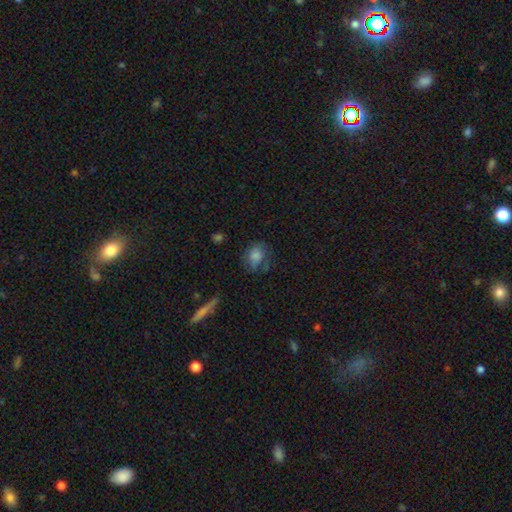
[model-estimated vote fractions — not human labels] Smooth or featured: smooth — 68% (featured or disk — 19%)
How rounded: round — 49% (tied with in between — 49%)
Merging: none — 59% (minor disturbance — 25%)